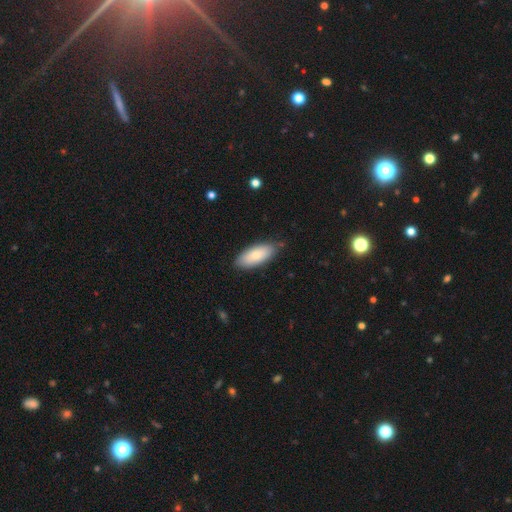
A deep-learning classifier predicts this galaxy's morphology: This is likely a smooth galaxy (77%). How rounded: clearly in between (85%). Merging: likely none (79%).